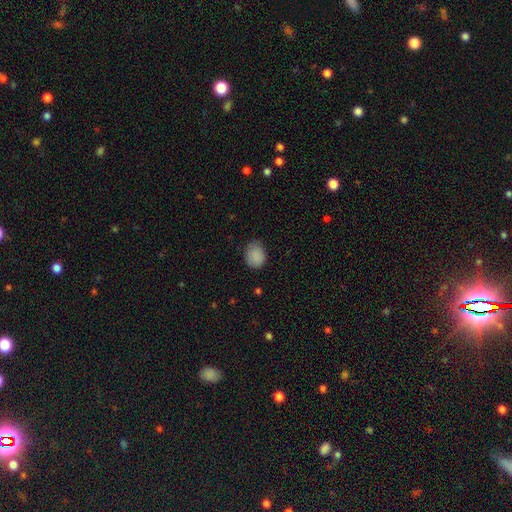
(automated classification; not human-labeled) The model was most divided on "how rounded": round: 53%, in between: 46%, cigar-shaped: 1%. More confident: smooth or featured — smooth (87%); merging — none (68%).